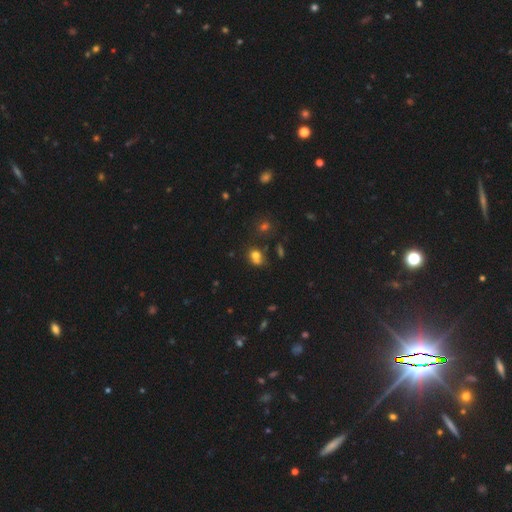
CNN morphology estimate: The model was most divided on "merging": none: 42%, merger: 32%, minor disturbance: 17%, major disturbance: 9%. More confident: smooth or featured — smooth (70%); how rounded — round (58%).